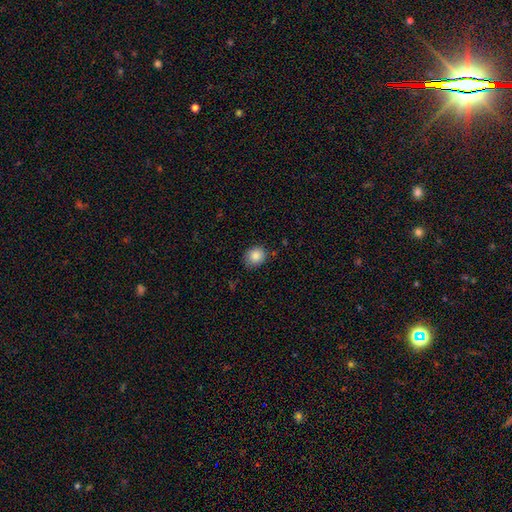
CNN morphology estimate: This appears to be a smooth galaxy with no disk features (87%) that is round (72%). Merging: none (79%).